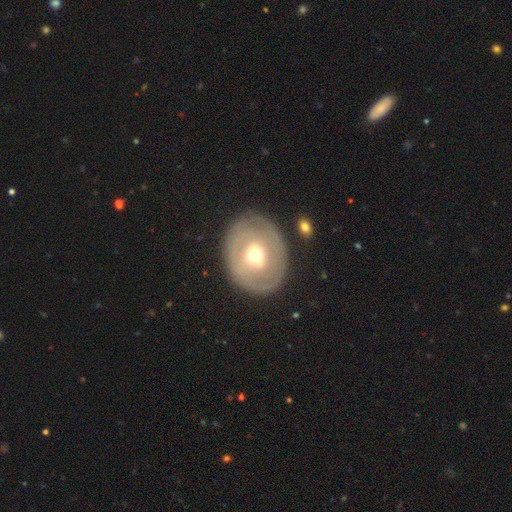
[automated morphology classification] This is possibly a featured or disk galaxy (59%). It is clearly not viewed edge-on (94%). Bar: possibly no (50%). Spiral arm pattern: likely no (63%). Central bulge: likely moderate (71%). Merging: likely none (77%).